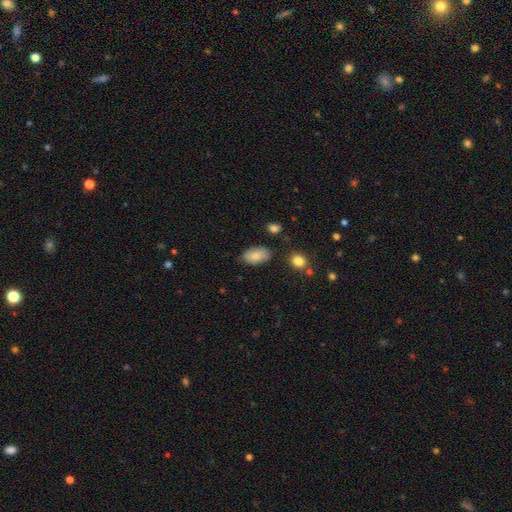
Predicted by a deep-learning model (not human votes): Morphology: type=smooth (84%); roundness=in between (93%); merging=none (79%).